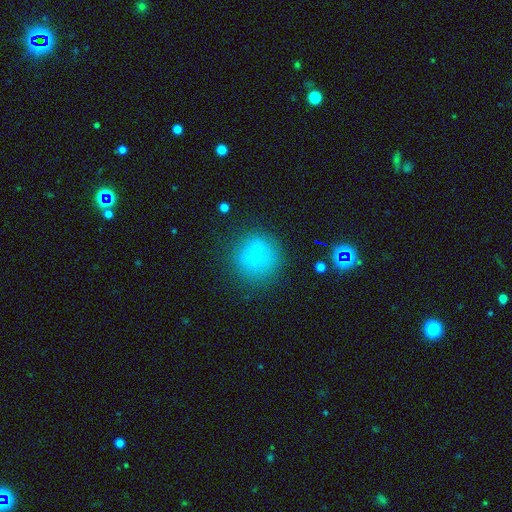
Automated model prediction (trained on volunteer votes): Morphology: type=smooth (77%); roundness=round (90%); merging=none (74%).